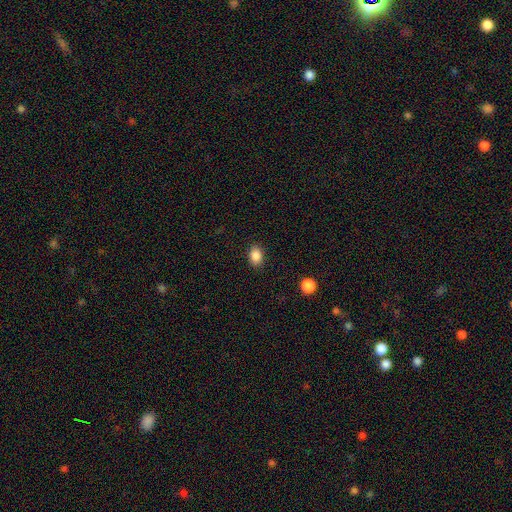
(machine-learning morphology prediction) smooth-or-featured: smooth: 87% | star or artifact: 9% | featured or disk: 4%
  how-rounded: in between: 76% | round: 23% | cigar-shaped: 1%
  merging: none: 88% | minor disturbance: 8% | major disturbance: 2% | merger: 1%